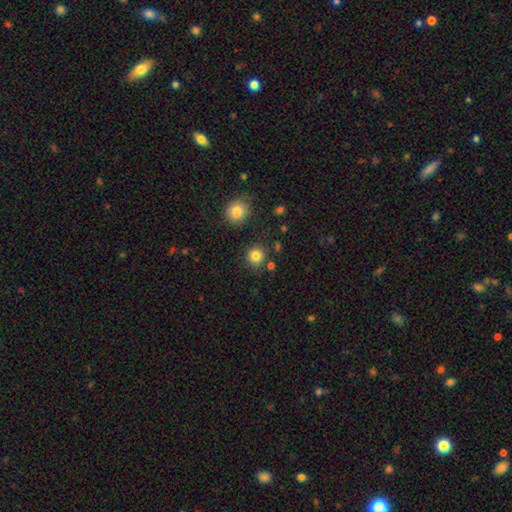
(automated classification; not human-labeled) Overall: smooth (84%). How rounded: round (92%). Merging: none (85%).